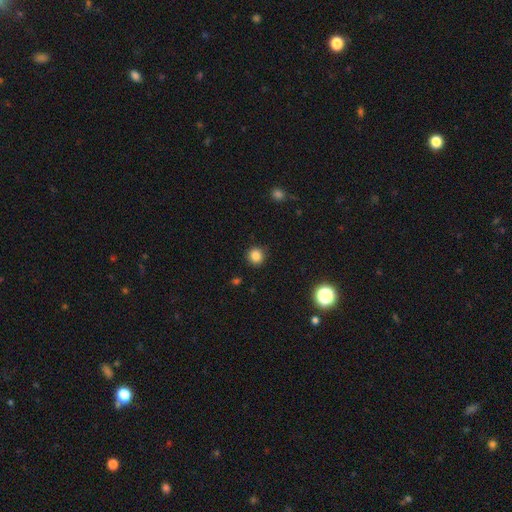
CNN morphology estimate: This appears to be a smooth galaxy with no disk features (84%) that is round (94%). Merging: none (91%).